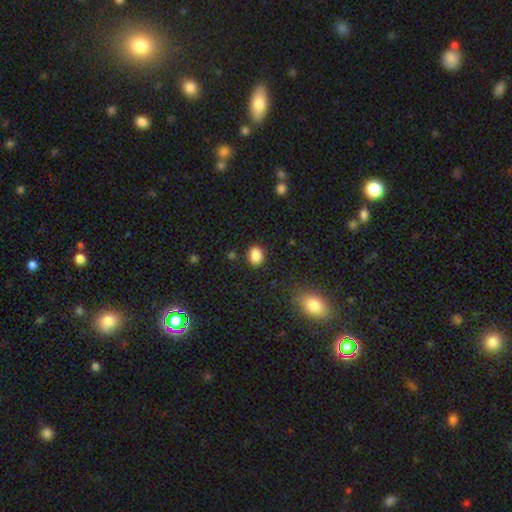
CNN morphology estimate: Smooth or featured? smooth (86%)
How rounded? round (52%)
Merging? none (86%)